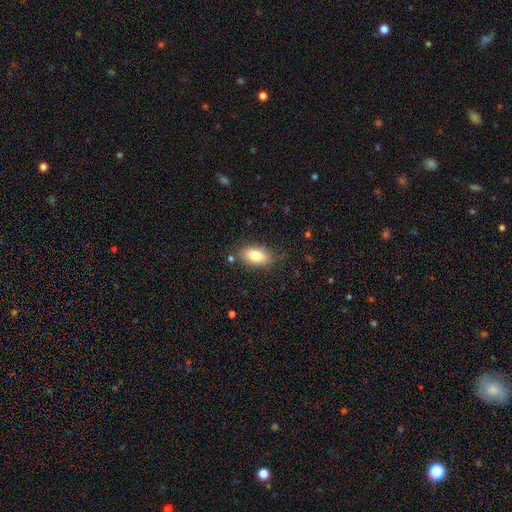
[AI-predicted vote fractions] Smooth or featured: smooth — 79% (featured or disk — 13%)
How rounded: in between — 88% (cigar-shaped — 6%)
Merging: none — 79% (minor disturbance — 15%)